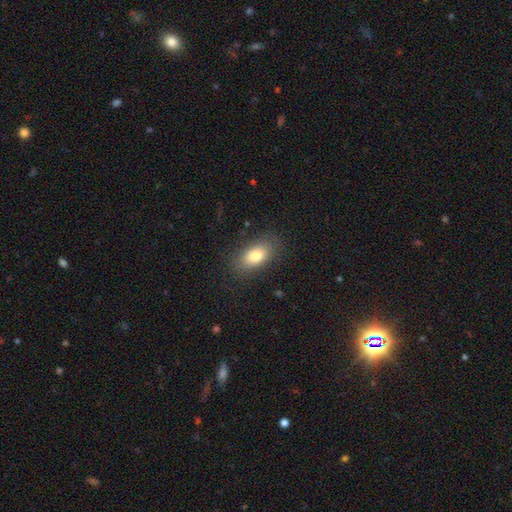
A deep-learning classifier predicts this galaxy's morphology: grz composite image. It shows a smooth galaxy with no disk features (80%) that is in between round and cigar-shaped (89%). Merging: none (83%).